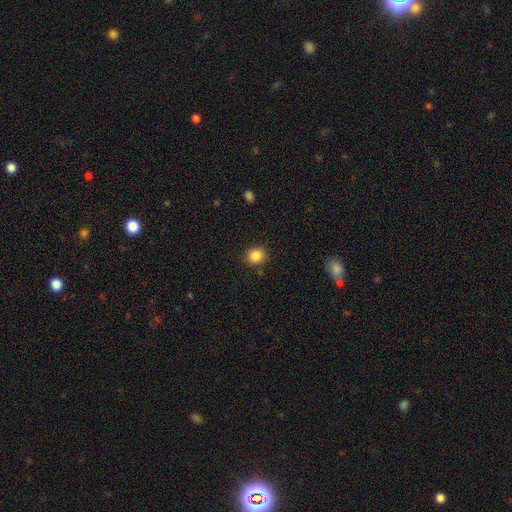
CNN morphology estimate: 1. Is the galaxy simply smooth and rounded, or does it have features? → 86% smooth, 10% star or artifact, 4% featured or disk.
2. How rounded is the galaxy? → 85% round, 14% in between, 1% cigar-shaped.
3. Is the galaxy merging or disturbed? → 87% none, 9% minor disturbance, 3% major disturbance, 2% merger.